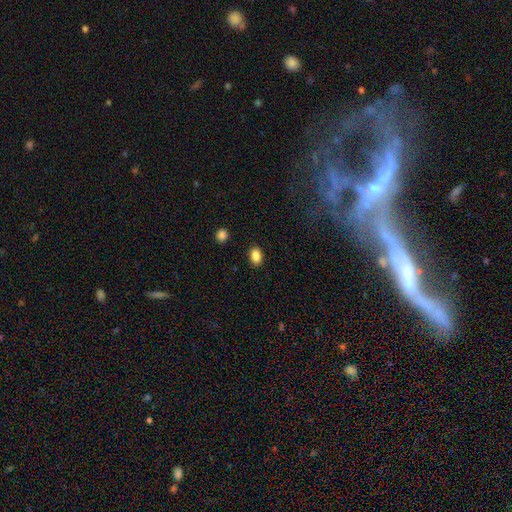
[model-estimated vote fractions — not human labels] Q: Smooth or featured?
A: smooth (88%); runner-up: star or artifact (9%)
Q: How rounded?
A: in between (79%); runner-up: round (20%)
Q: Merging?
A: none (87%); runner-up: minor disturbance (9%)